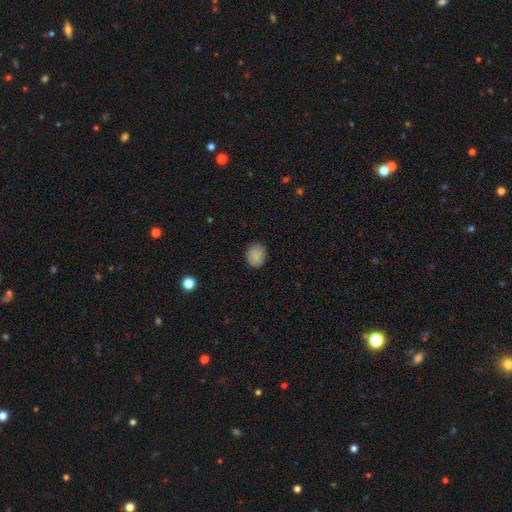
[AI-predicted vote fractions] A smooth galaxy with no disk features (87%) that is round (53%). Merging: none (87%).